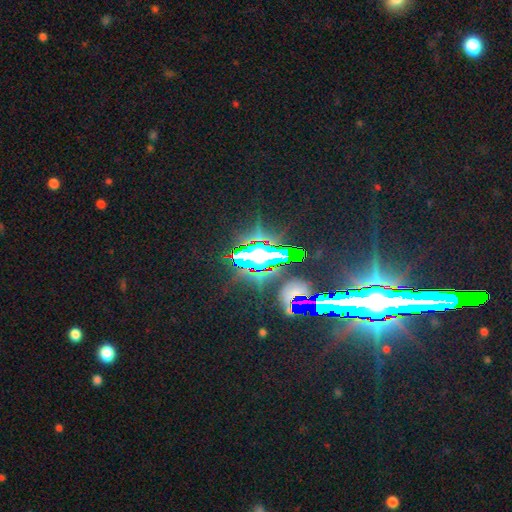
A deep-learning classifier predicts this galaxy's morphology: Smooth or featured? Predicted: star or artifact (p=0.70).